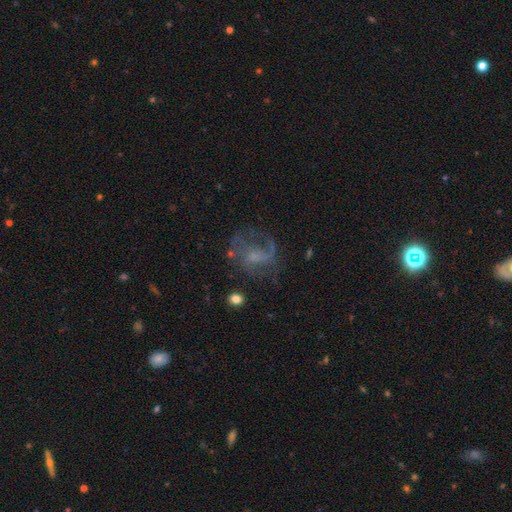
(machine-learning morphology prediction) A featured or disk galaxy (64%) with no bar (58%), spiral arms (73%) and a small central bulge (38%).

Vote fractions:
- Smooth or featured? featured or disk: 64% / smooth: 22% / star or artifact: 14%
- Edge-on disk? no: 97% / yes: 3%
- Bar? no: 58% / weak: 35% / strong: 7%
- Spiral arms? yes: 73% / no: 27%
- Bulge size? small: 38% / none: 37% / moderate: 20% / large: 3% / dominant: 1%
- Merging? none: 48% / major disturbance: 30% / minor disturbance: 19% / merger: 3%